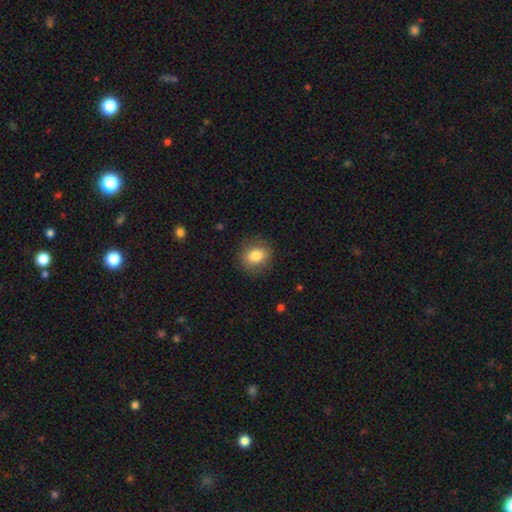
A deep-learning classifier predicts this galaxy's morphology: smooth_or_featured: smooth (p=0.81) [alt: featured or disk p=0.10]
how_rounded: round (p=0.66) [alt: in between p=0.33]
merging: none (p=0.85) [alt: minor disturbance p=0.10]